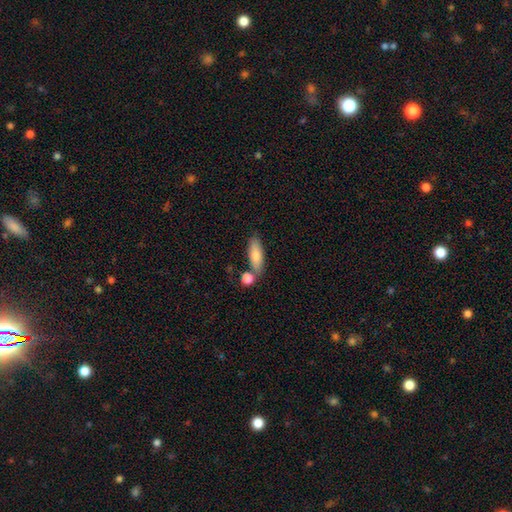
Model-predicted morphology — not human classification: smooth 80%, featured or disk 14%, star or artifact 6%. Down the decision tree: how rounded — in between (64%); merging — none (67%).